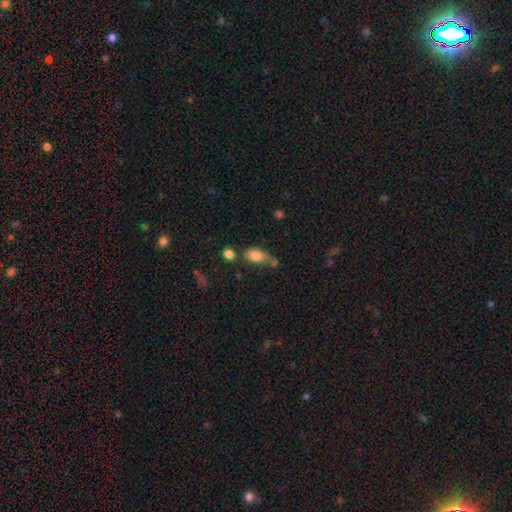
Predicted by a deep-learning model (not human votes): This is clearly a smooth galaxy (81%). How rounded: clearly in between (85%). Merging: marginally none (40%).